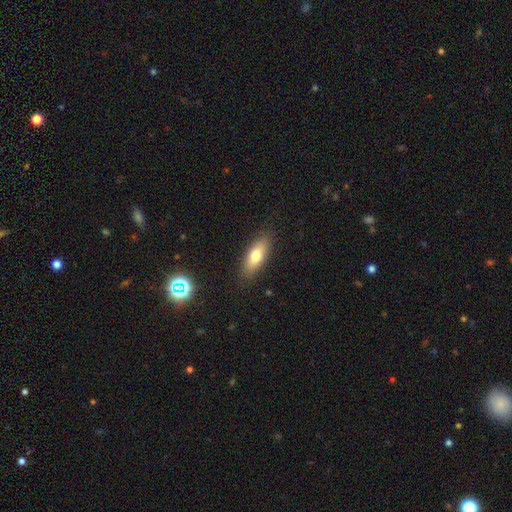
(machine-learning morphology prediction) Smooth or featured: smooth — 73% (featured or disk — 20%)
How rounded: in between — 69% (cigar-shaped — 28%)
Merging: none — 86% (minor disturbance — 10%)